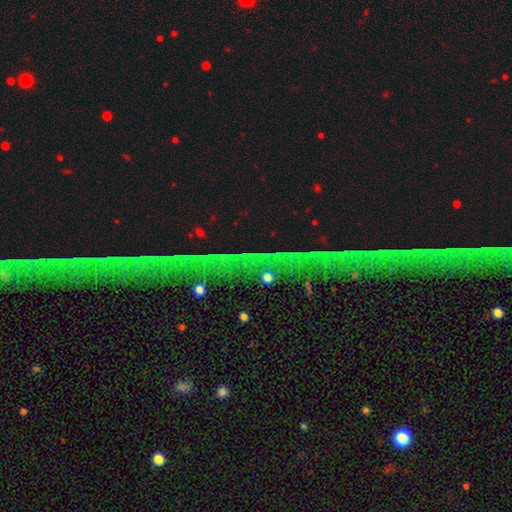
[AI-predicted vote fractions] Overall: star or artifact (71%).